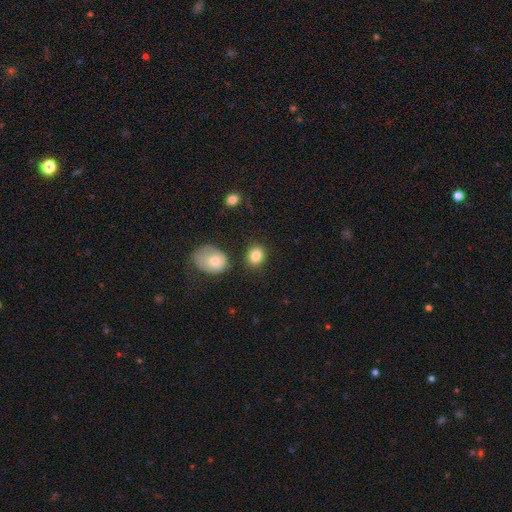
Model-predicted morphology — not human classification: This is clearly a smooth galaxy (83%). How rounded: possibly round (57%). Merging: likely none (80%).